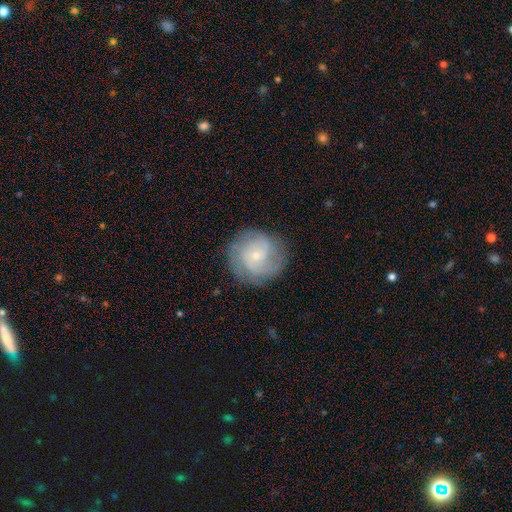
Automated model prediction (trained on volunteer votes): featured or disk 68%, smooth 25%, star or artifact 7%. Down the decision tree: edge-on disk — no (98%); bar — no (66%); spiral arms — yes (91%); spiral arm count — can't tell (31%); spiral winding — tight (45%); bulge size — small (79%); merging — none (79%).